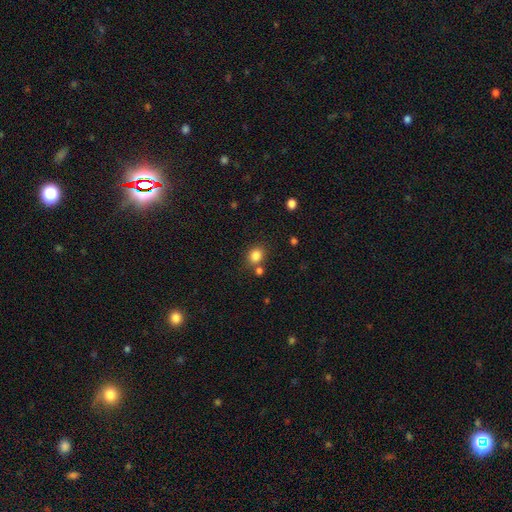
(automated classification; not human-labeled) Smooth or featured: smooth — 83% (star or artifact — 12%)
How rounded: round — 62% (in between — 37%)
Merging: none — 71% (merger — 14%)